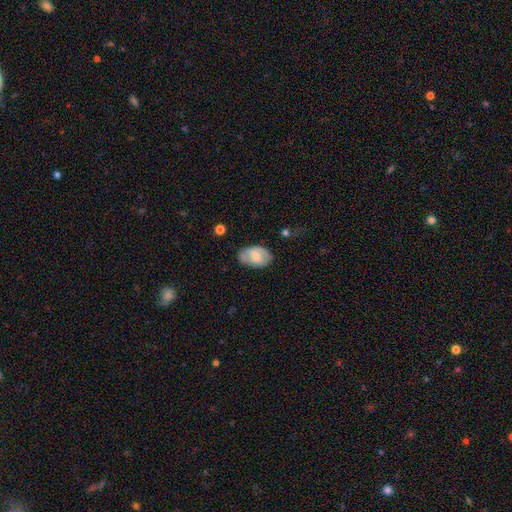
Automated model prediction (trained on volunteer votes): smooth_or_featured: smooth (p=0.62) [alt: featured or disk p=0.31]
how_rounded: in between (p=0.89) [alt: round p=0.09]
merging: none (p=0.68) [alt: minor disturbance p=0.24]